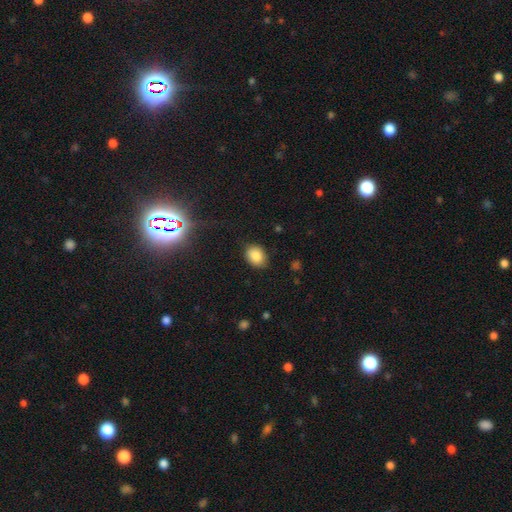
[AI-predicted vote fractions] smooth 85%, star or artifact 10%, featured or disk 5%. Down the decision tree: how rounded — in between (59%); merging — none (83%).